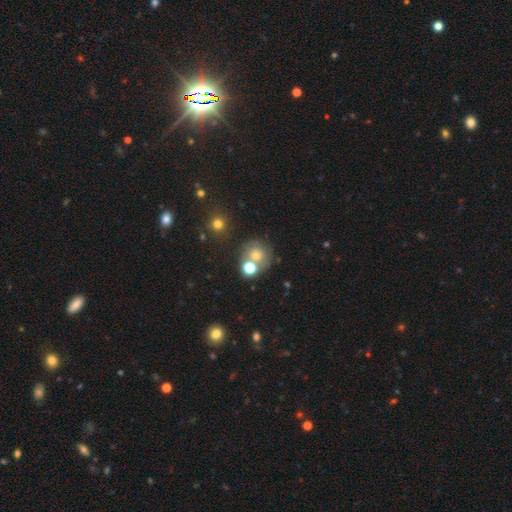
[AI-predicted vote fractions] smooth-or-featured: smooth: 64% | featured or disk: 20% | star or artifact: 17%
  how-rounded: round: 85% | in between: 14% | cigar-shaped: 1%
  merging: none: 55% | merger: 26% | minor disturbance: 13% | major disturbance: 6%